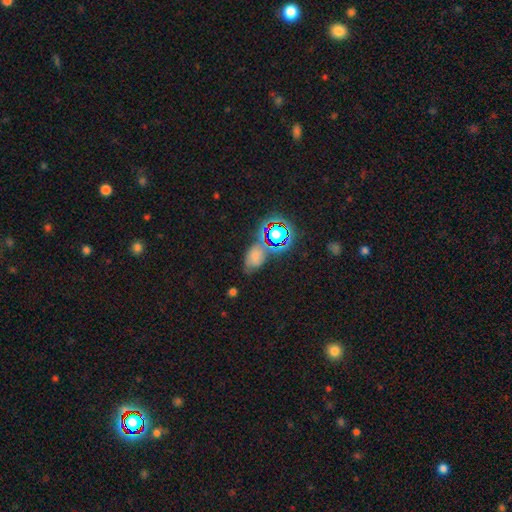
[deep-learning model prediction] A smooth galaxy with no disk features (57%) that is in between round and cigar-shaped (81%).

Vote fractions:
- Smooth or featured? smooth: 57% / star or artifact: 28% / featured or disk: 15%
- How rounded? in between: 81% / round: 16% / cigar-shaped: 3%
- Merging? none: 55% / minor disturbance: 24% / merger: 11% / major disturbance: 9%